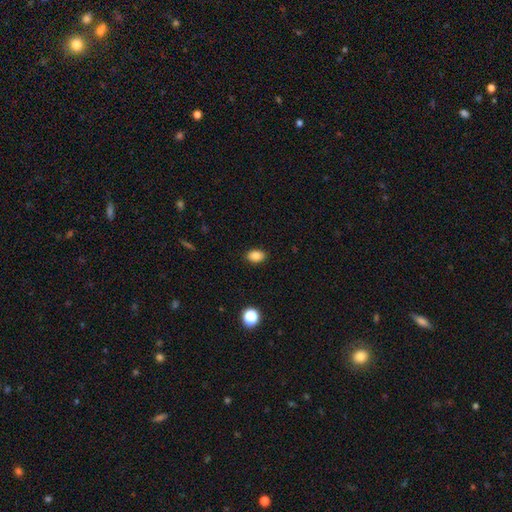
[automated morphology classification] Overall: smooth (84%). How rounded: in between (78%). Merging: none (89%).